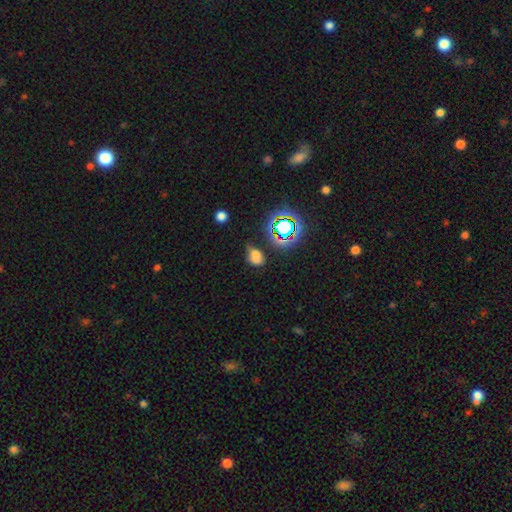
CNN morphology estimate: smooth 59%, star or artifact 25%, featured or disk 16%. Down the decision tree: how rounded — in between (68%); merging — none (40%).